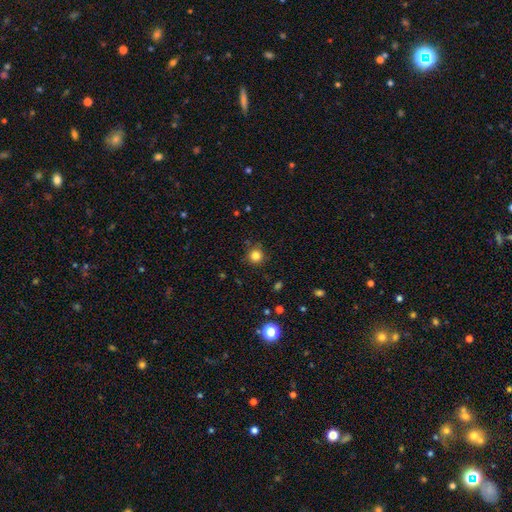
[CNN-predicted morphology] smooth_or_featured: smooth (p=0.82) [alt: star or artifact p=0.13]
how_rounded: round (p=0.94) [alt: in between p=0.05]
merging: none (p=0.87) [alt: minor disturbance p=0.09]